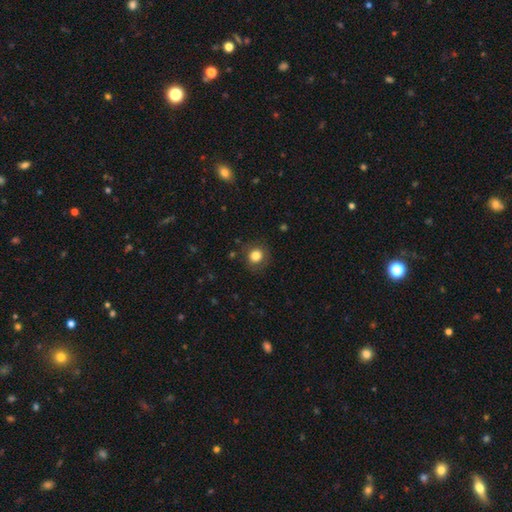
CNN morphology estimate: Overall: smooth (81%). How rounded: round (85%). Merging: none (84%).